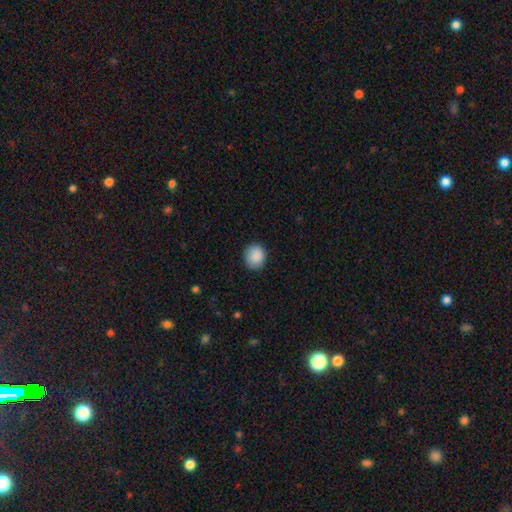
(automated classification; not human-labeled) Q: Smooth or featured?
A: smooth (89%); runner-up: star or artifact (8%)
Q: How rounded?
A: round (79%); runner-up: in between (20%)
Q: Merging?
A: none (88%); runner-up: minor disturbance (9%)